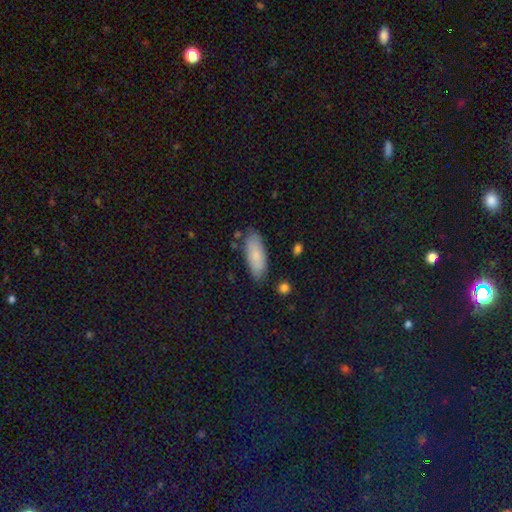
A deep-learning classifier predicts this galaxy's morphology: This is clearly a smooth galaxy (81%). How rounded: likely in between (74%). Merging: clearly none (80%).